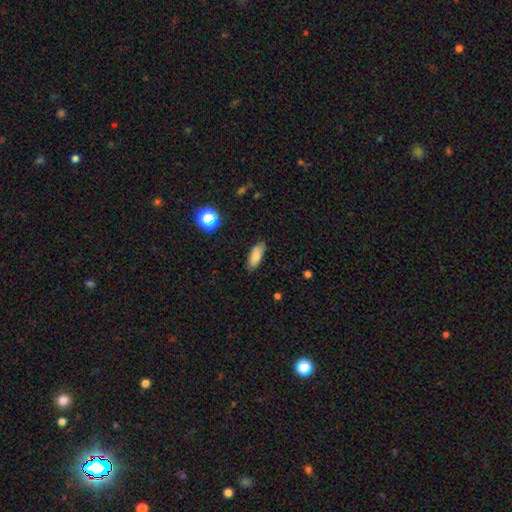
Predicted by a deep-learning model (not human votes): Smooth or featured? Predicted: smooth (p=0.82). How rounded? Predicted: in between (p=0.77). Merging? Predicted: none (p=0.85).